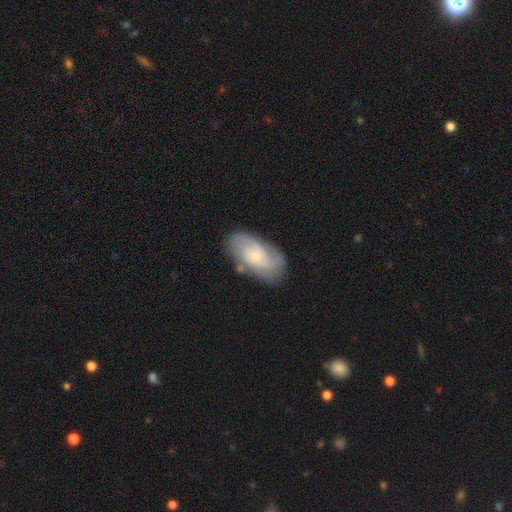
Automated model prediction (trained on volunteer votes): Smooth or featured? Predicted: featured or disk (p=0.62). Edge-on disk? Predicted: no (p=0.95). Bar? Predicted: no (p=0.69). Spiral arms? Predicted: yes (p=0.88). Spiral winding? Predicted: medium (p=0.43). Spiral arm count? Predicted: 2 (p=0.50). Bulge size? Predicted: small (p=0.64). Merging? Predicted: none (p=0.70).